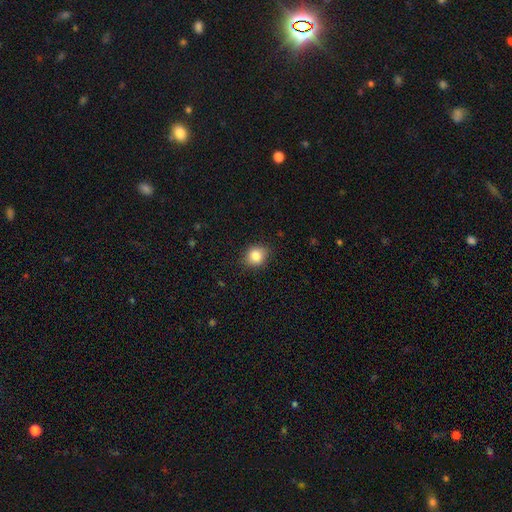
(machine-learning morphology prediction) smooth-or-featured: smooth: 83% | star or artifact: 10% | featured or disk: 7%
  how-rounded: round: 68% | in between: 31% | cigar-shaped: 1%
  merging: none: 84% | minor disturbance: 12% | major disturbance: 3% | merger: 1%